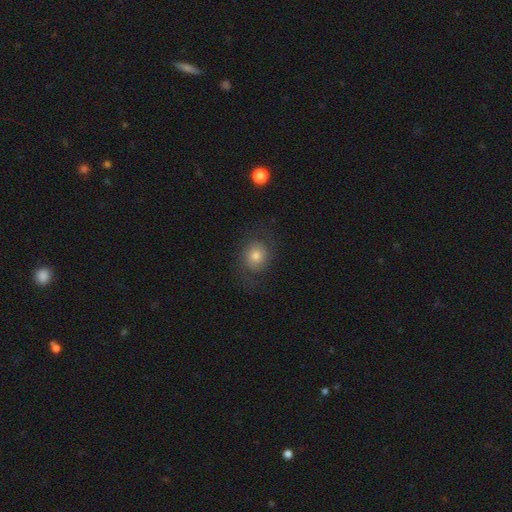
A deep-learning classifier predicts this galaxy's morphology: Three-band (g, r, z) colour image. It shows a smooth galaxy with no disk features (59%) that is round (80%). Merging: none (72%).